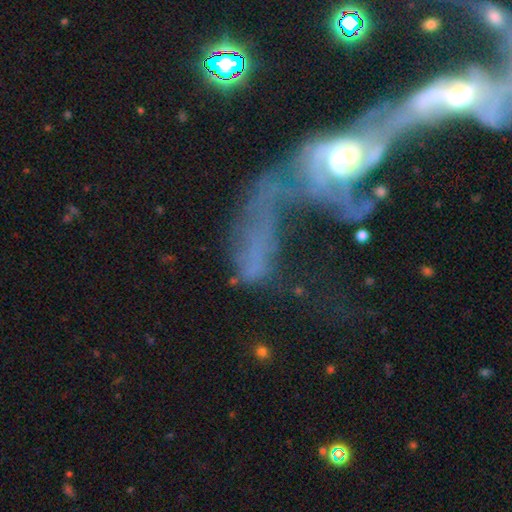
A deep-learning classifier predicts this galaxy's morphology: featured or disk 62%, smooth 24%, star or artifact 14%. Down the decision tree: edge-on disk — no (90%); bar — no (73%); spiral arms — no (54%); bulge size — moderate (49%); merging — major disturbance (45%).